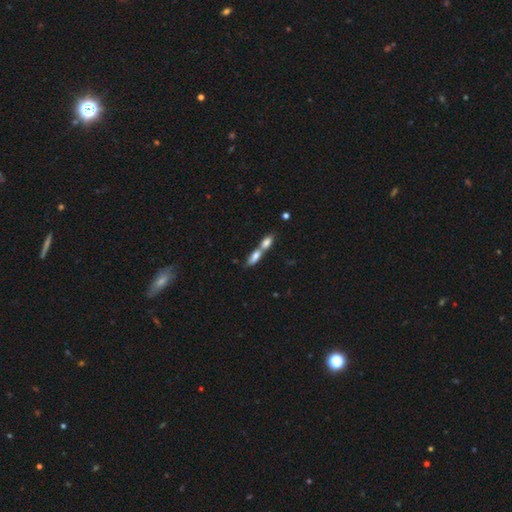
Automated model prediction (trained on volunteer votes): Overall: smooth (70%). How rounded: in between (59%; cigar-shaped 36%). Merging: merger (73%).